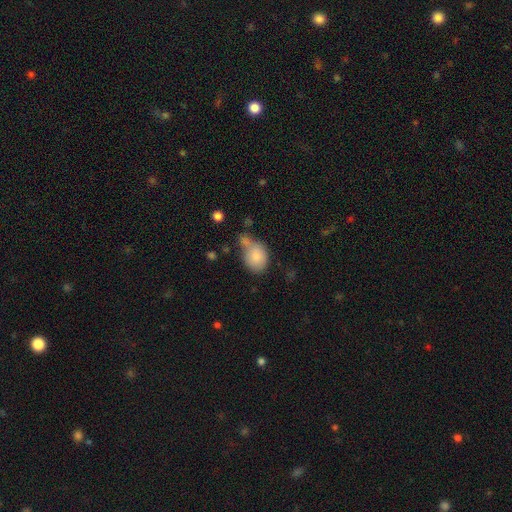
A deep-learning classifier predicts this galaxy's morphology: A smooth galaxy with no disk features (82%) that is in between round and cigar-shaped (55%).

Vote fractions:
- Smooth or featured? smooth: 82% / featured or disk: 10% / star or artifact: 8%
- How rounded? in between: 55% / round: 44% / cigar-shaped: 1%
- Merging? none: 45% / merger: 27% / minor disturbance: 21% / major disturbance: 8%